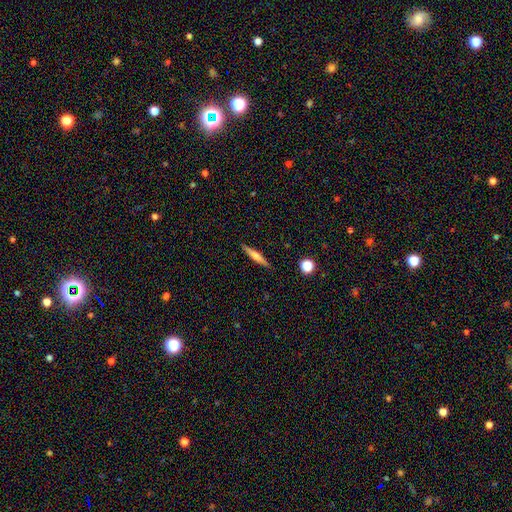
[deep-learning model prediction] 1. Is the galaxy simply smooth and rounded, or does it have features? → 54% featured or disk, 39% smooth, 7% star or artifact.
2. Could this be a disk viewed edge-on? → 97% yes, 3% no.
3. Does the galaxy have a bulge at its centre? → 76% rounded, 14% none, 10% boxy.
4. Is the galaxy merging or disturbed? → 90% none, 7% minor disturbance, 2% major disturbance, 1% merger.